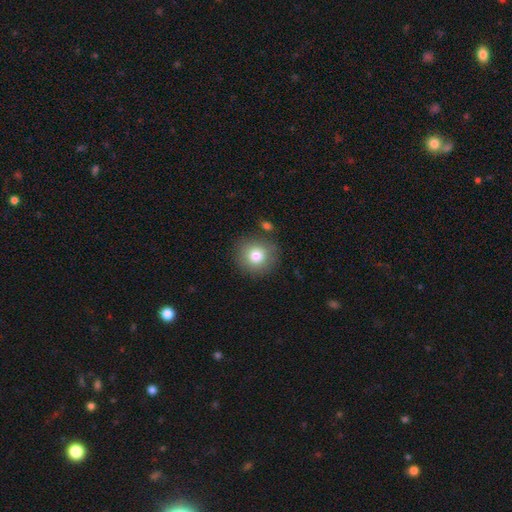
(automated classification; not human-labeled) A smooth galaxy with no disk features (80%) that is round (91%).

Vote fractions:
- Smooth or featured? smooth: 80% / star or artifact: 10% / featured or disk: 10%
- How rounded? round: 91% / in between: 8% / cigar-shaped: 1%
- Merging? none: 84% / minor disturbance: 10% / merger: 3% / major disturbance: 3%